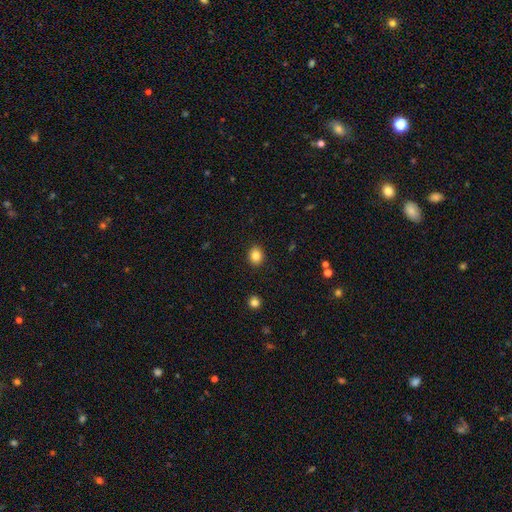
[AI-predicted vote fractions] Smooth or featured: smooth — 84% (star or artifact — 11%)
How rounded: round — 62% (in between — 37%)
Merging: none — 90% (minor disturbance — 7%)